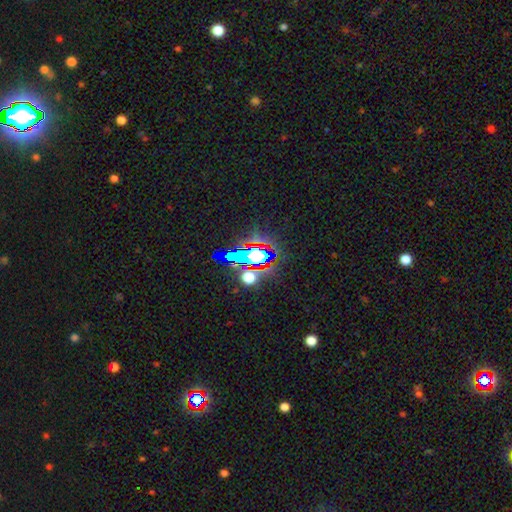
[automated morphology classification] Smooth or featured? Predicted: star or artifact (p=0.62).